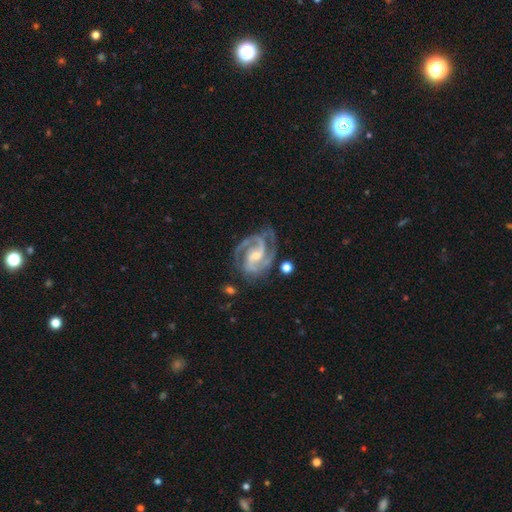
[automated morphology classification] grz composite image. It shows a featured or disk galaxy (93%) with a weak bar (45%), 2 (59%) medium (52%) spiral arms (99%) and a small central bulge (55%). Merging: none (72%).